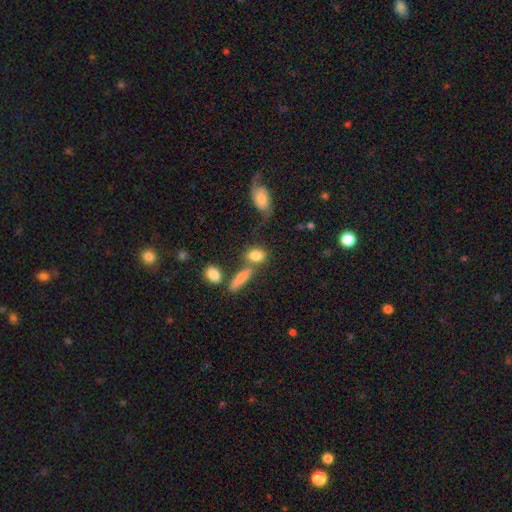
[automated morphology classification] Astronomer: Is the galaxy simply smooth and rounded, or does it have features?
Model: smooth — 79%.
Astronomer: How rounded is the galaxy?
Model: in between — 68%.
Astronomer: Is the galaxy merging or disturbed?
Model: none — 49% (runner-up: merger, 30%).